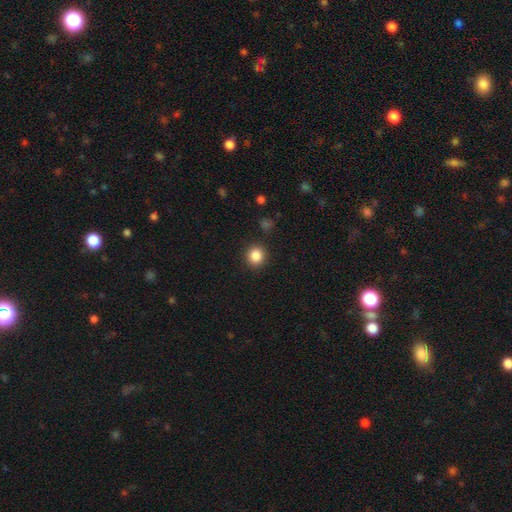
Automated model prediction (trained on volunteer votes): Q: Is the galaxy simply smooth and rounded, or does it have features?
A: smooth — 86%.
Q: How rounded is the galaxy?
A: round — 90%.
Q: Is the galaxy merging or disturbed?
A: none — 90%.